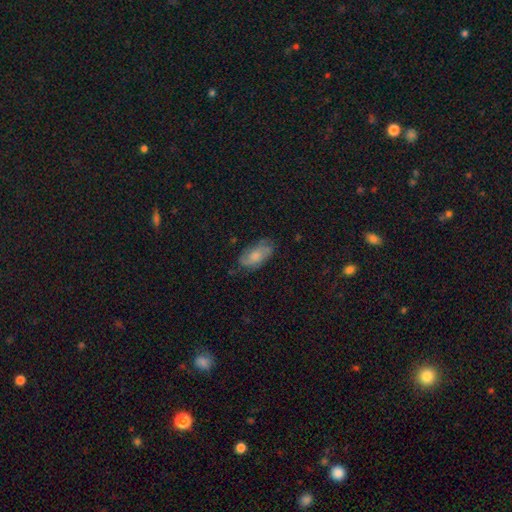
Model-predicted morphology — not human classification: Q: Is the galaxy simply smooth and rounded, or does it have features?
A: smooth — 55%.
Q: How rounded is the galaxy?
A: in between — 89%.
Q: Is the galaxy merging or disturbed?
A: none — 69%.